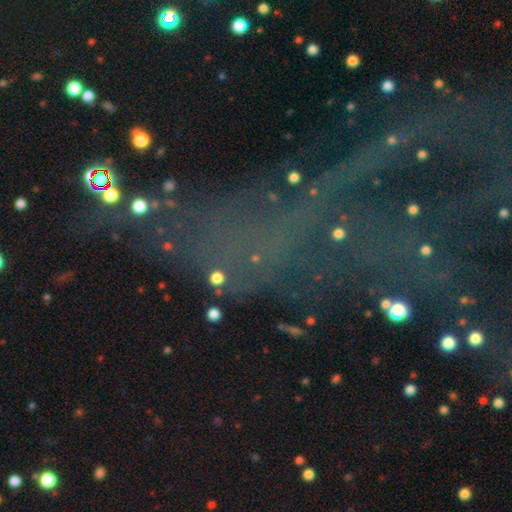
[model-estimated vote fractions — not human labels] This appears to be a star or artifact, not a galaxy (66%).